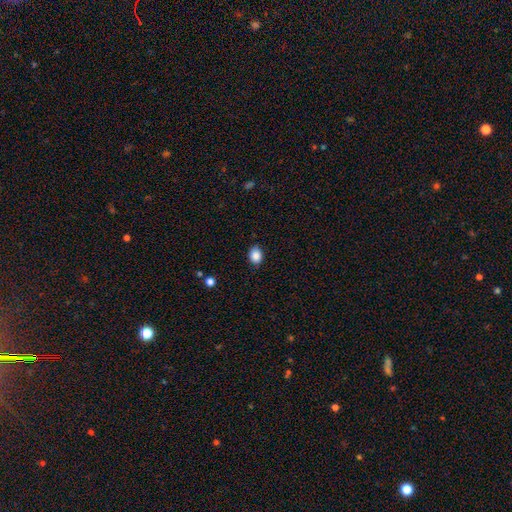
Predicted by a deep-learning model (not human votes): Smooth or featured?
  - smooth: 87% *
  - star or artifact: 9%
  - featured or disk: 4%
How rounded?
  - in between: 58% *
  - round: 41%
  - cigar-shaped: 1%
Merging?
  - none: 85% *
  - minor disturbance: 12%
  - major disturbance: 2%
  - merger: 1%